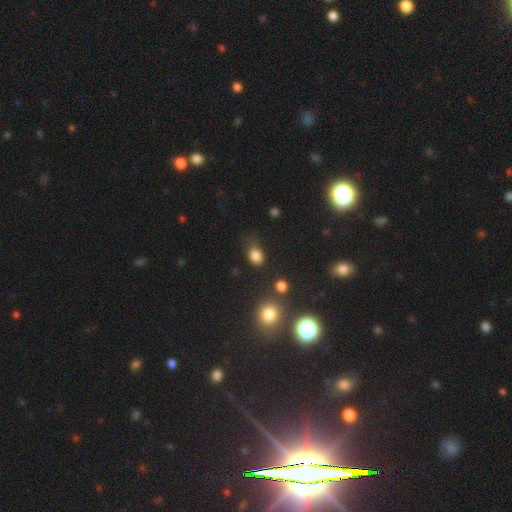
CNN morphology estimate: type=smooth (82%); roundness=in between (65%); merging=none (54%).